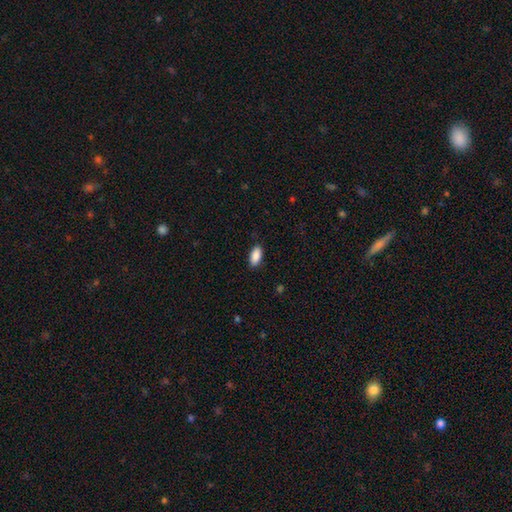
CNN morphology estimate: This appears to be a smooth galaxy with no disk features (90%) that is in between round and cigar-shaped (90%). Merging: none (86%).